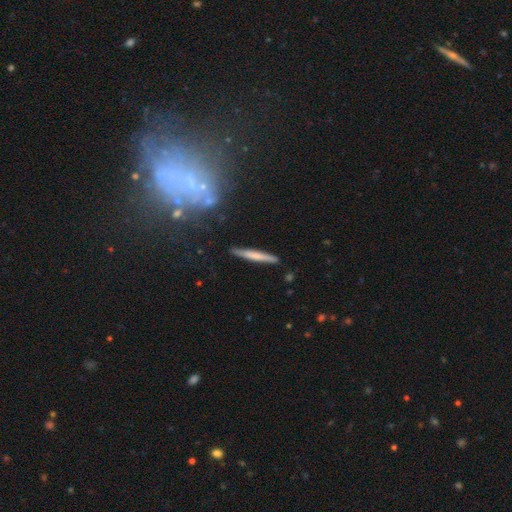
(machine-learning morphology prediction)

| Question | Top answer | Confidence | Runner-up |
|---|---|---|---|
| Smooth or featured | smooth | 59% | featured or disk (35%) |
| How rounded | cigar-shaped | 96% | in between (3%) |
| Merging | none | 88% | minor disturbance (9%) |